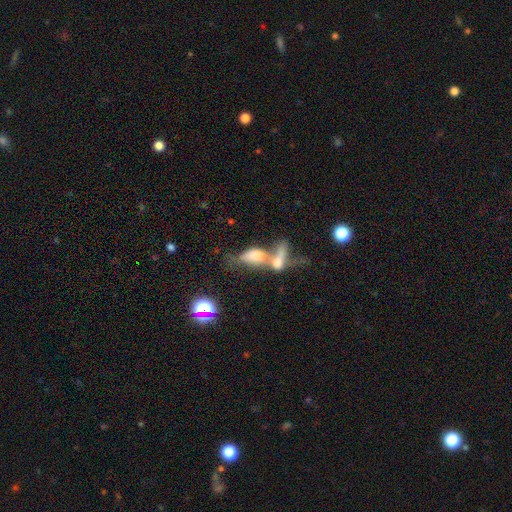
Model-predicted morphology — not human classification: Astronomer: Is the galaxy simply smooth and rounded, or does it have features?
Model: smooth — 46% (runner-up: featured or disk, 39%).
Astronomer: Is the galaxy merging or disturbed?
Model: merger — 65%.